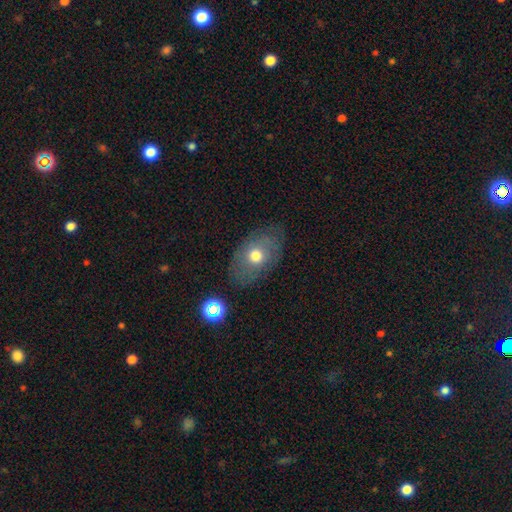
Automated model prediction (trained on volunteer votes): Smooth or featured? Predicted: smooth (p=0.64). How rounded? Predicted: in between (p=0.77). Merging? Predicted: none (p=0.78).